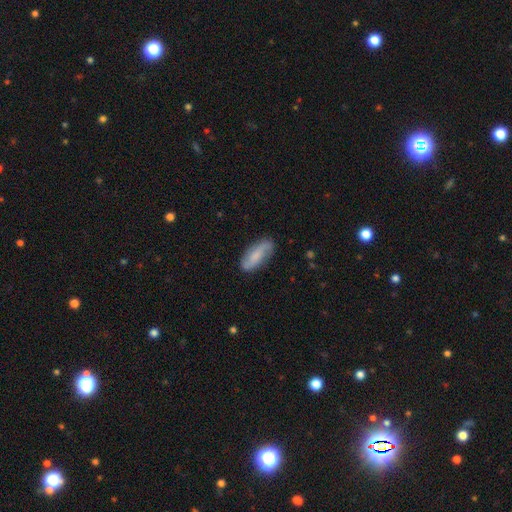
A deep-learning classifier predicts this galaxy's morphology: A smooth galaxy with no disk features (53%) that is in between round and cigar-shaped (75%). Merging: none (82%).